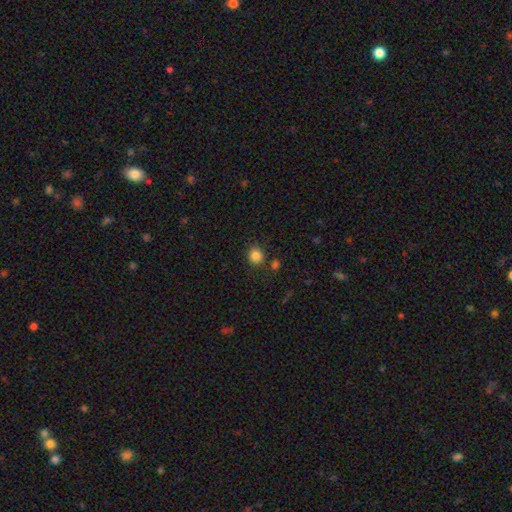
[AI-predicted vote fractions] smooth_or_featured: smooth (p=0.84) [alt: star or artifact p=0.11]
how_rounded: round (p=0.82) [alt: in between p=0.17]
merging: none (p=0.83) [alt: minor disturbance p=0.09]